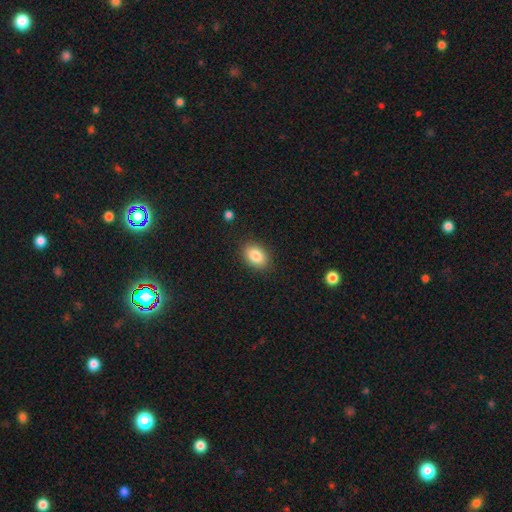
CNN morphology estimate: smooth 84%, star or artifact 8%, featured or disk 7%. Down the decision tree: how rounded — in between (81%); merging — none (88%).